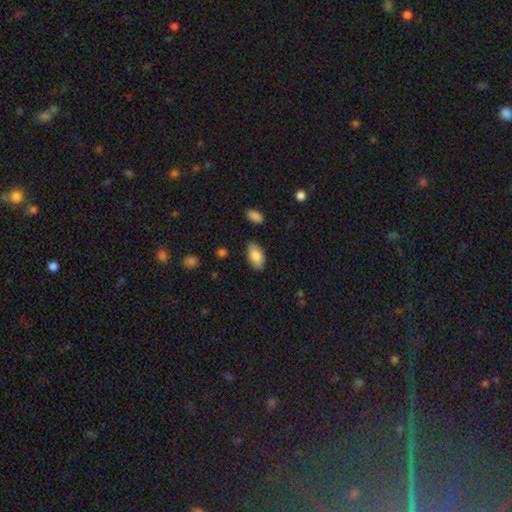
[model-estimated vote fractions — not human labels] Smooth or featured? Predicted: smooth (p=0.85). How rounded? Predicted: in between (p=0.94). Merging? Predicted: none (p=0.83).